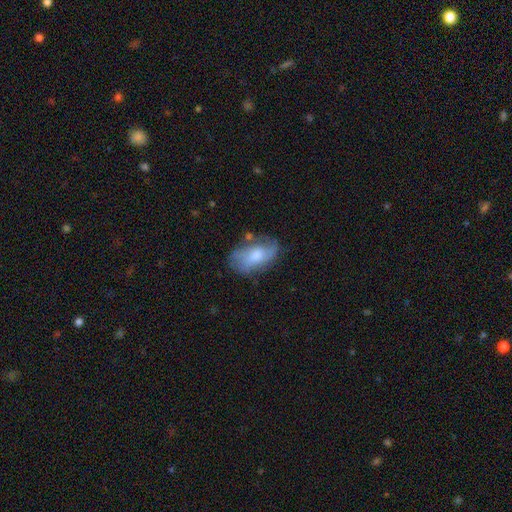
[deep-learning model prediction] Smooth or featured? Predicted: smooth (p=0.53). How rounded? Predicted: in between (p=0.90). Merging? Predicted: none (p=0.56).